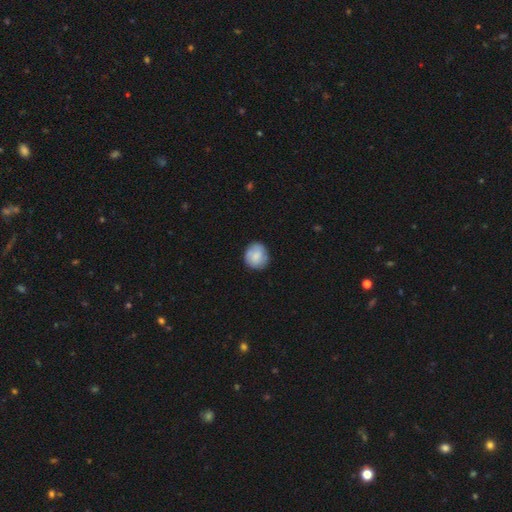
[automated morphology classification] Q: Smooth or featured?
A: smooth (77%); runner-up: featured or disk (16%)
Q: How rounded?
A: round (83%); runner-up: in between (16%)
Q: Merging?
A: none (78%); runner-up: minor disturbance (17%)